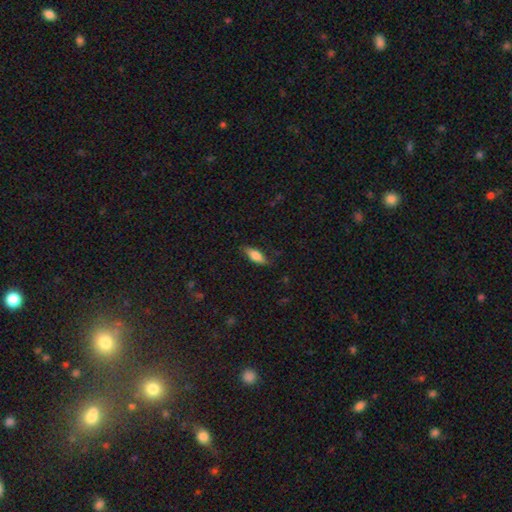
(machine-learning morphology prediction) Smooth or featured? smooth (76%)
How rounded? in between (68%)
Merging? none (77%)